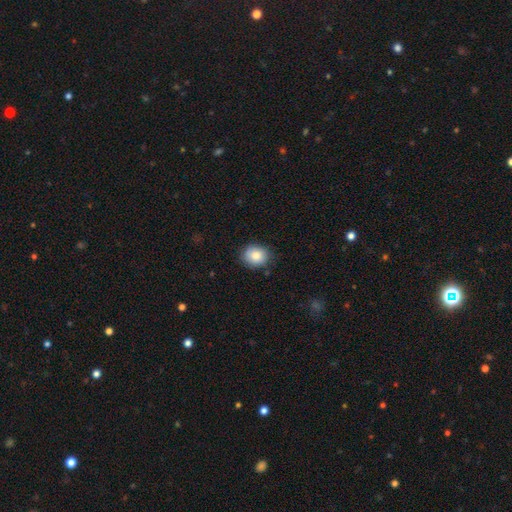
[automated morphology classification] type=smooth (82%); roundness=round (74%); merging=none (84%).